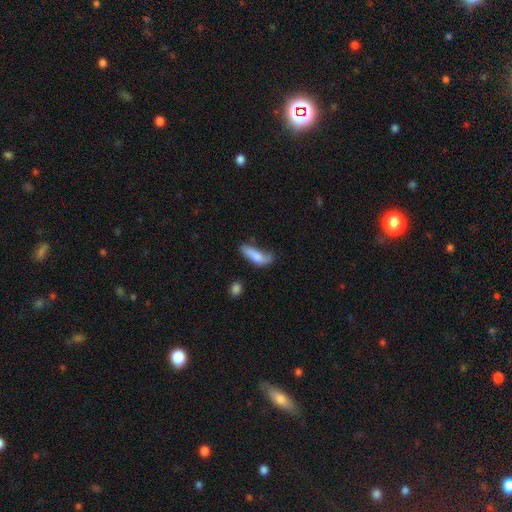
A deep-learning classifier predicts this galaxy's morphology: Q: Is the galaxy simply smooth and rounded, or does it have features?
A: smooth — 75%.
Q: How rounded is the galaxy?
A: in between — 55%.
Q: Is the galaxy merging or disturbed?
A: none — 38%.